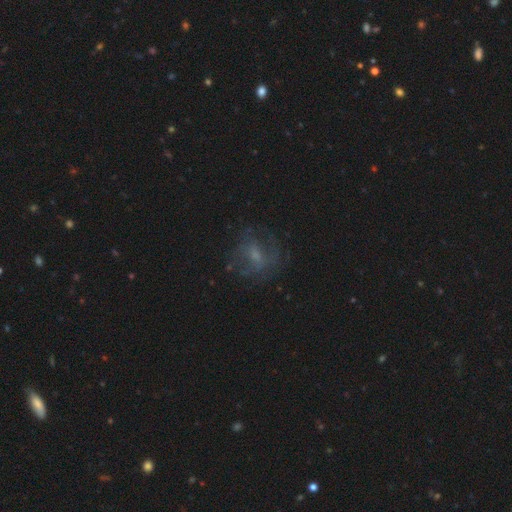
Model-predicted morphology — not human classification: Q: Smooth or featured?
A: featured or disk (48%); runner-up: smooth (34%)
Q: Merging?
A: none (62%); runner-up: minor disturbance (18%)